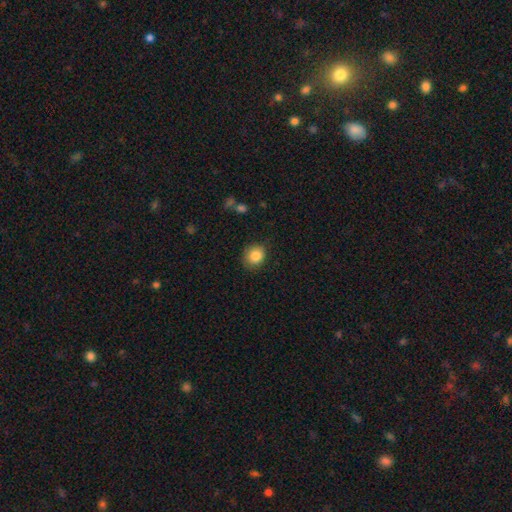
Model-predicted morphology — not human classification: Smooth or featured? smooth (85%)
How rounded? round (72%)
Merging? none (77%)